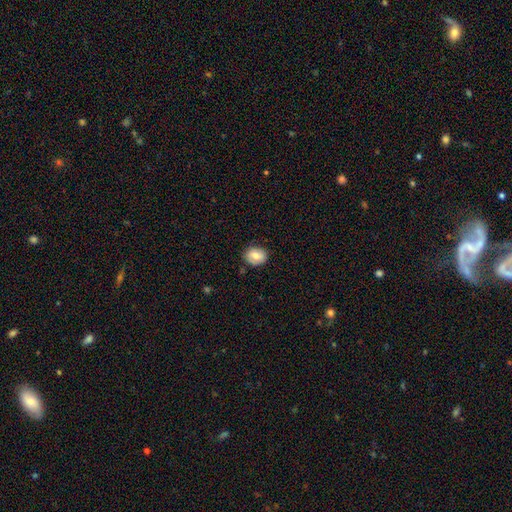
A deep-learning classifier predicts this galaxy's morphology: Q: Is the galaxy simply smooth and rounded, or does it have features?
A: smooth — 69%.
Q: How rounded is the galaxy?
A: round — 61%.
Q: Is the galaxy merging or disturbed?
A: none — 81%.